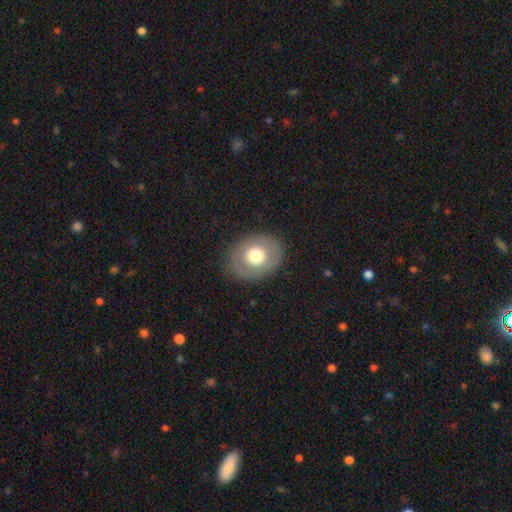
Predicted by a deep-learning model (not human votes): This appears to be a smooth galaxy with no disk features (64%) that is round (53%). Merging: none (84%).